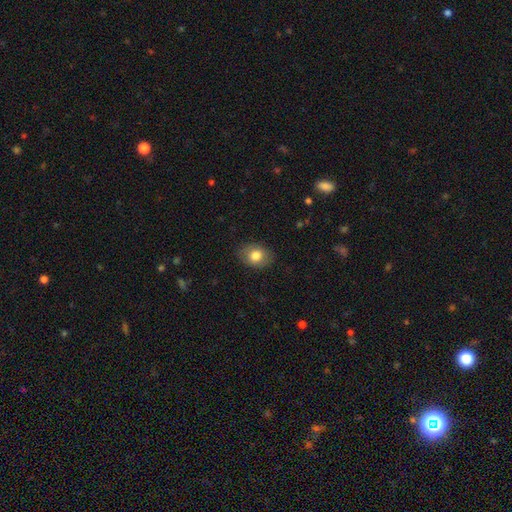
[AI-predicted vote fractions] smooth_or_featured: smooth (p=0.81) [alt: featured or disk p=0.11]
how_rounded: in between (p=0.64) [alt: round p=0.35]
merging: none (p=0.86) [alt: minor disturbance p=0.10]